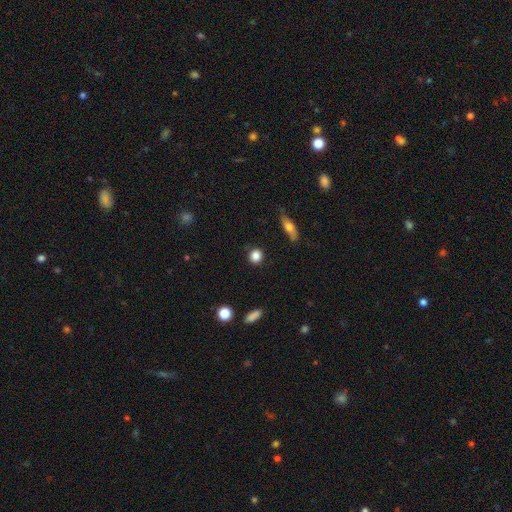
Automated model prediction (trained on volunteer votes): smooth 85%, star or artifact 10%, featured or disk 5%. Down the decision tree: how rounded — round (85%); merging — none (87%).